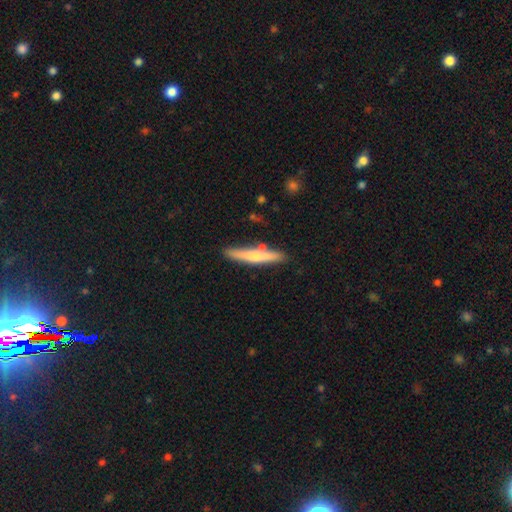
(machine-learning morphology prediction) Smooth or featured?
  - featured or disk: 54% *
  - smooth: 39%
  - star or artifact: 7%
Edge-on disk?
  - yes: 94% *
  - no: 6%
Edge-on bulge?
  - rounded: 80% *
  - none: 15%
  - boxy: 5%
Merging?
  - none: 85% *
  - minor disturbance: 10%
  - merger: 2%
  - major disturbance: 2%